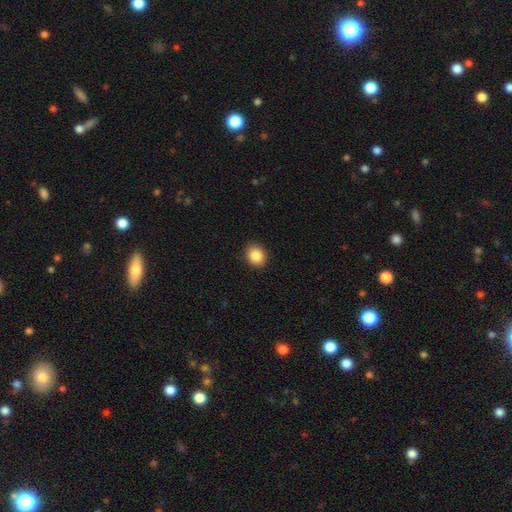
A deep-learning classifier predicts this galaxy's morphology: type=smooth (87%); roundness=round (64%); merging=none (91%).